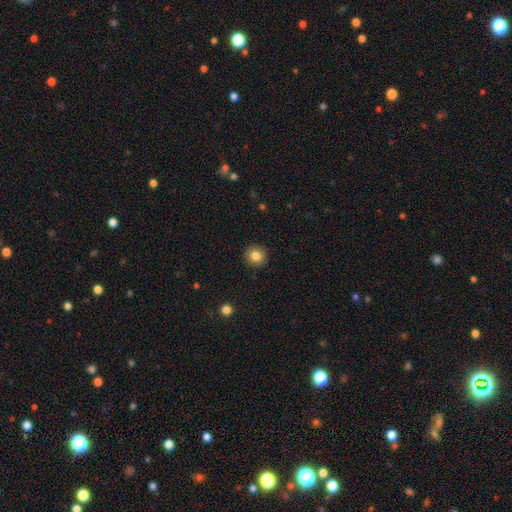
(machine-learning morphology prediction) This is clearly a smooth galaxy (83%). How rounded: clearly round (91%). Merging: clearly none (92%).